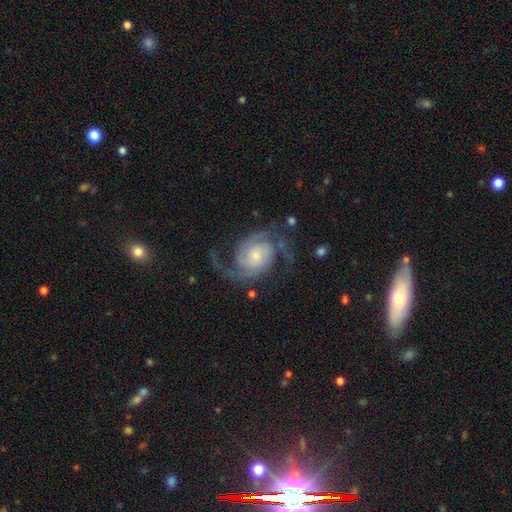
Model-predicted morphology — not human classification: This appears to be a featured or disk galaxy (90%) with no bar (67%), 2 (88%) medium (51%) spiral arms (98%) and a small central bulge (52%). Merging: none (69%).